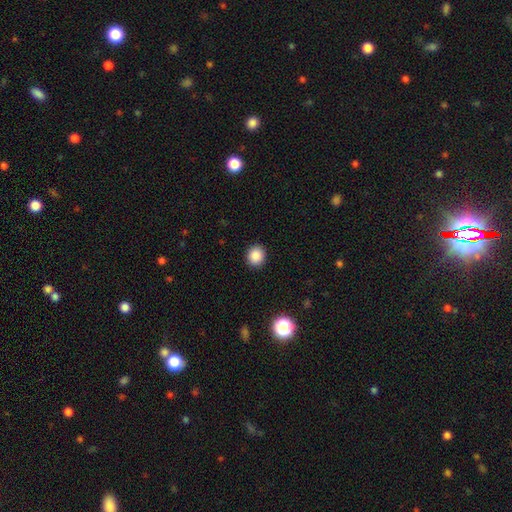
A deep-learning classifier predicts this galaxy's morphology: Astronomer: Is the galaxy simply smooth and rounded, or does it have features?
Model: smooth — 87%.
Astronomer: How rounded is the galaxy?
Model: round — 87%.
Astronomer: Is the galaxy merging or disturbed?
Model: none — 91%.